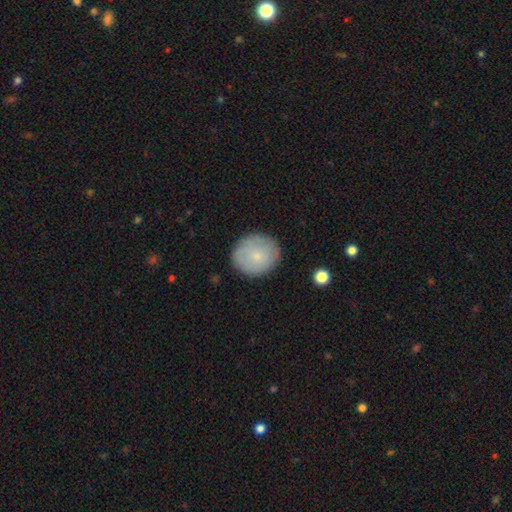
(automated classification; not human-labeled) Smooth or featured? smooth (74%)
How rounded? round (85%)
Merging? none (86%)